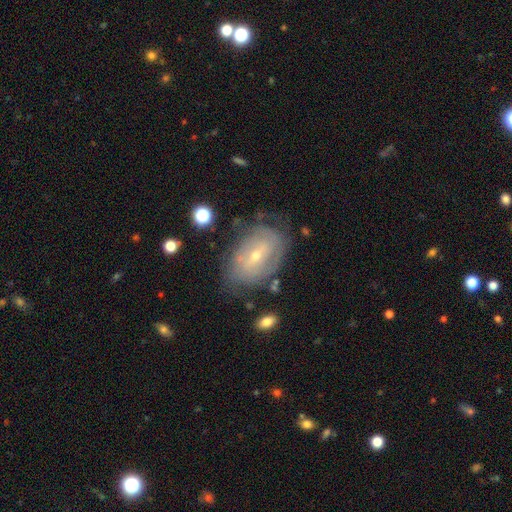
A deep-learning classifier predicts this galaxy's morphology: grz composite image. It shows a featured or disk galaxy (72%) with a weak bar (45%), spiral arms (70%) and a small central bulge (63%). Merging: none (64%).